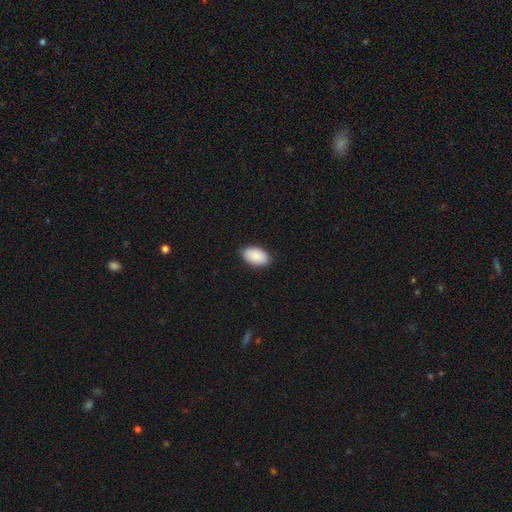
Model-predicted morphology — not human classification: Q: Smooth or featured?
A: smooth (91%); runner-up: star or artifact (6%)
Q: How rounded?
A: in between (95%); runner-up: round (4%)
Q: Merging?
A: none (88%); runner-up: minor disturbance (10%)